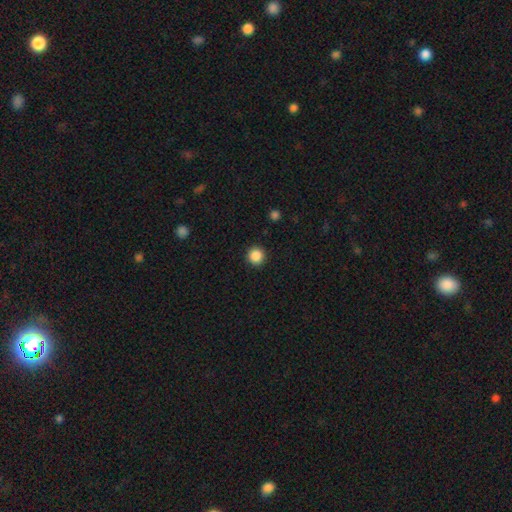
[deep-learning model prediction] Smooth or featured: smooth — 87% (star or artifact — 10%)
How rounded: round — 94% (in between — 5%)
Merging: none — 92% (minor disturbance — 5%)